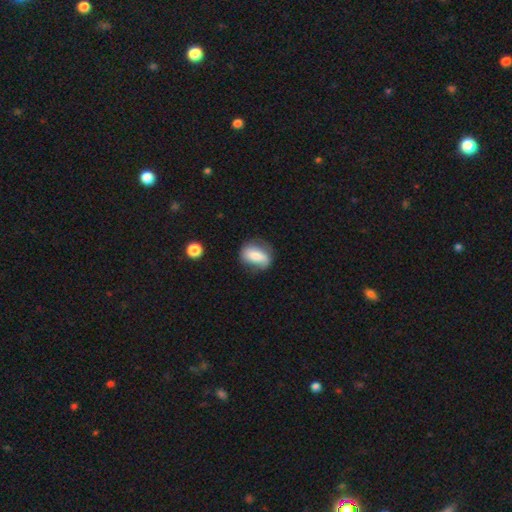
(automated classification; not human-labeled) The model was most divided on "merging": none: 60%, minor disturbance: 28%, major disturbance: 10%, merger: 2%. More confident: how rounded — in between (79%); smooth or featured — smooth (69%).